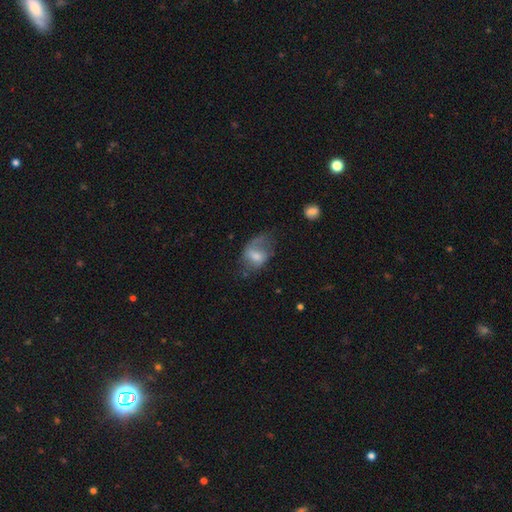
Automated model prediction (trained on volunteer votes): Morphology: type=smooth (47%); merging=none (36%).